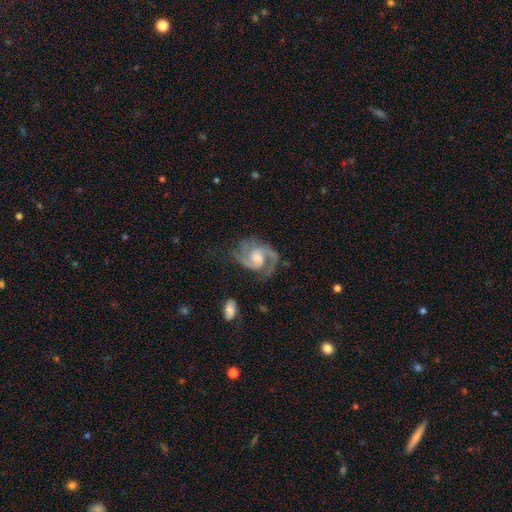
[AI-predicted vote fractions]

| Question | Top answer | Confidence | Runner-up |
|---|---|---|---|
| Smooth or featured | featured or disk | 90% | star or artifact (5%) |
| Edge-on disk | no | 98% | yes (2%) |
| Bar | no | 48% | weak (43%) |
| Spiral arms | yes | 98% | no (2%) |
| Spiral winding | medium | 56% | tight (32%) |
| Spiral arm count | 2 | 86% | 3 (6%) |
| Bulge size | moderate | 54% | small (24%) |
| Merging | none | 72% | minor disturbance (18%) |